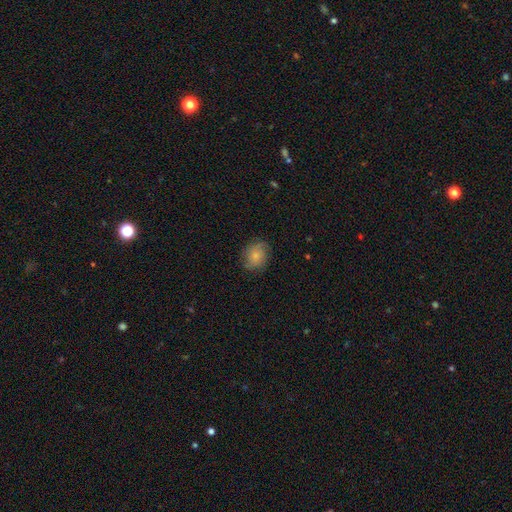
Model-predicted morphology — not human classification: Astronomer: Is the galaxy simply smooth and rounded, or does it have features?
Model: smooth — 62%.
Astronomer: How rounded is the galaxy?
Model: round — 60% (runner-up: in between, 39%).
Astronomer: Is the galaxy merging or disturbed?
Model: none — 75%.